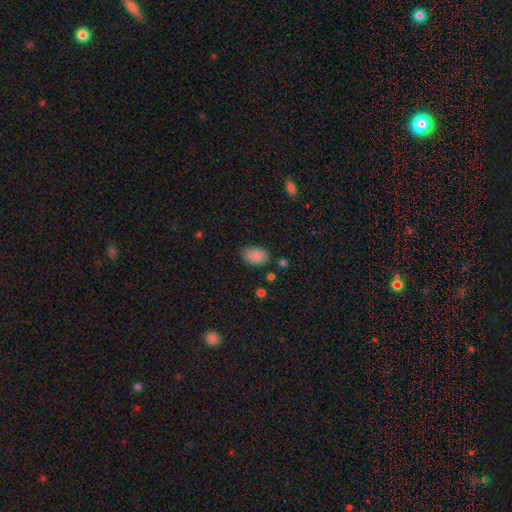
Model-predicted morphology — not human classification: Smooth or featured?
  - smooth: 87% *
  - star or artifact: 8%
  - featured or disk: 5%
How rounded?
  - in between: 85% *
  - round: 13%
  - cigar-shaped: 1%
Merging?
  - none: 77% *
  - minor disturbance: 17%
  - major disturbance: 4%
  - merger: 2%